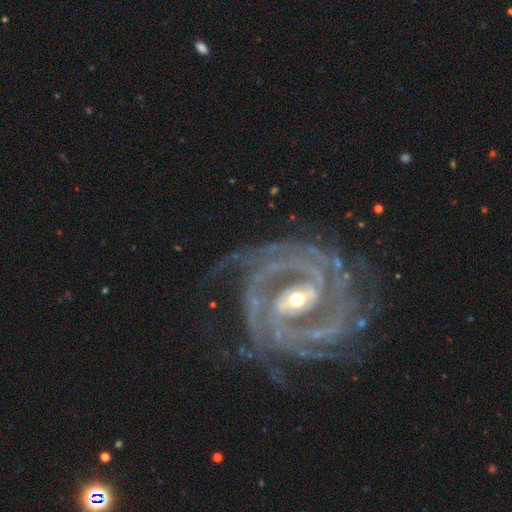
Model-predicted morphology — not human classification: The model was most divided on "spiral arm count": 2: 26%, 3: 23%, 4: 19%, can't tell: 15%, more than 4: 10%, 1: 8%. More confident: spiral arms — yes (98%); edge-on disk — no (97%); smooth or featured — featured or disk (92%); spiral winding — tight (74%); merging — none (72%); bar — strong (58%); bulge size — small (54%).